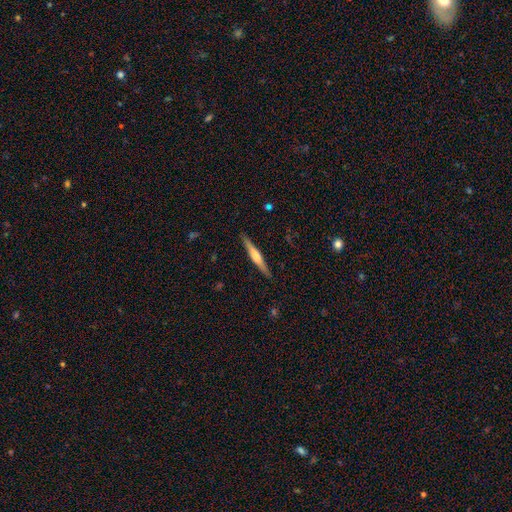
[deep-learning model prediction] A featured or disk galaxy (61%) viewed edge-on (98%) with a rounded central bulge (76%). Merging: none (90%).